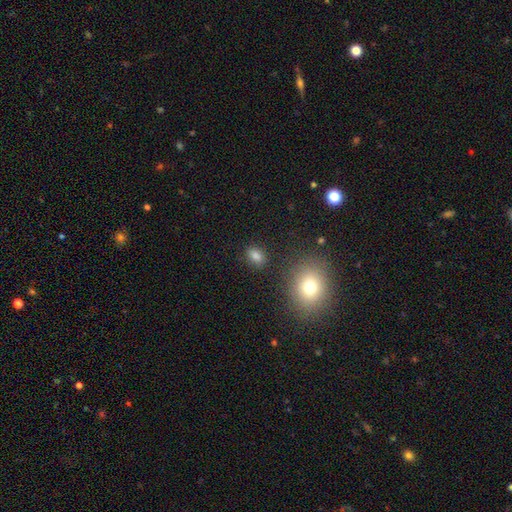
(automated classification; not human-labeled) This is clearly a smooth galaxy (81%). How rounded: likely in between (73%). Merging: clearly none (84%).